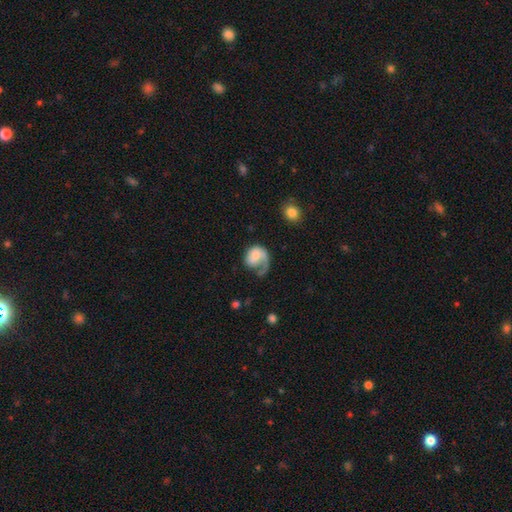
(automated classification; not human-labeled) smooth_or_featured: featured or disk (p=0.63) [alt: smooth p=0.30]
disk_edge_on: no (p=0.98) [alt: yes p=0.02]
bar: no (p=0.70) [alt: weak p=0.25]
has_spiral_arms: yes (p=0.89) [alt: no p=0.11]
spiral_winding: loose (p=0.43) [alt: medium p=0.33]
spiral_arm_count: 1 (p=0.86) [alt: 2 p=0.07]
bulge_size: small (p=0.41) [alt: moderate p=0.35]
merging: major disturbance (p=0.43) [alt: none p=0.36]